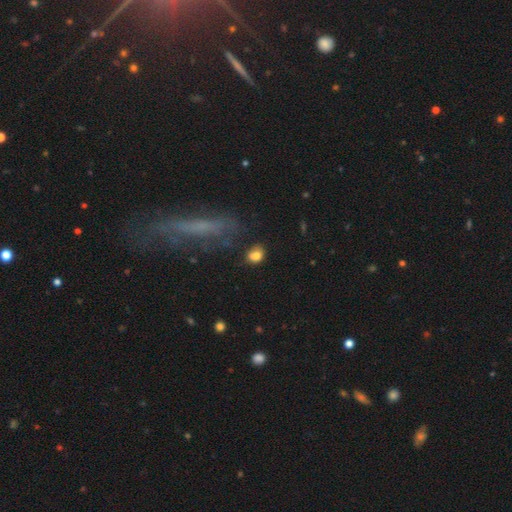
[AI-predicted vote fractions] A smooth galaxy with no disk features (80%) that is in between round and cigar-shaped (59%). Merging: none (59%).